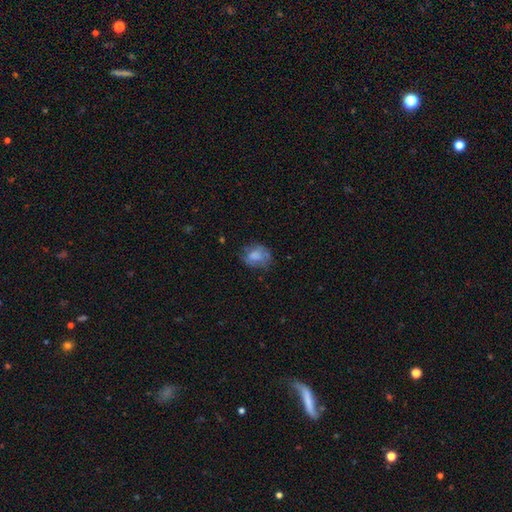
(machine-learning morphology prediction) Q: Smooth or featured?
A: smooth (62%); runner-up: featured or disk (28%)
Q: How rounded?
A: in between (57%); runner-up: round (42%)
Q: Merging?
A: none (54%); runner-up: minor disturbance (27%)